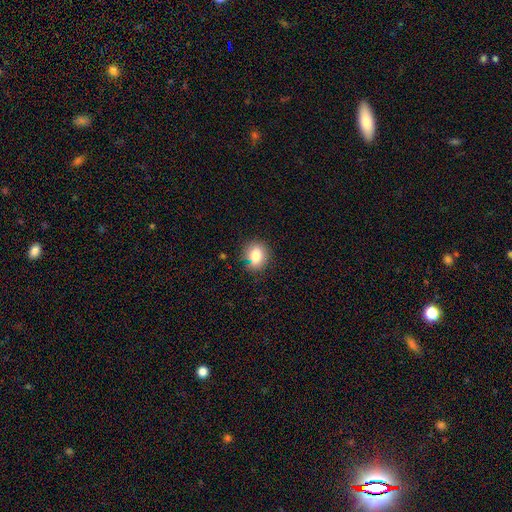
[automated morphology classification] This appears to be a smooth galaxy with no disk features (81%) that is round (66%). Merging: none (79%).